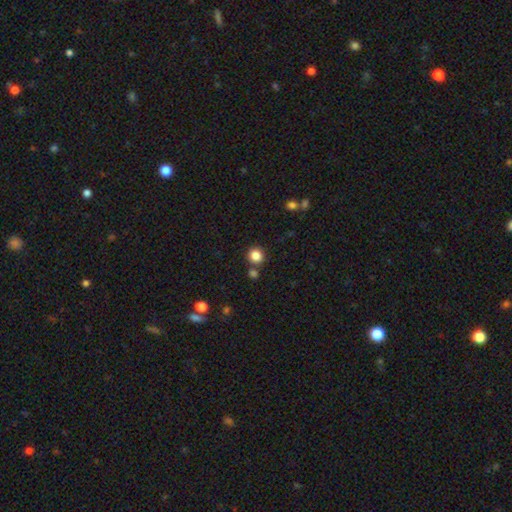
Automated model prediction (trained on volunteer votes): smooth-or-featured: smooth: 85% | star or artifact: 11% | featured or disk: 4%
  how-rounded: round: 89% | in between: 10% | cigar-shaped: 1%
  merging: none: 80% | merger: 10% | minor disturbance: 8% | major disturbance: 3%